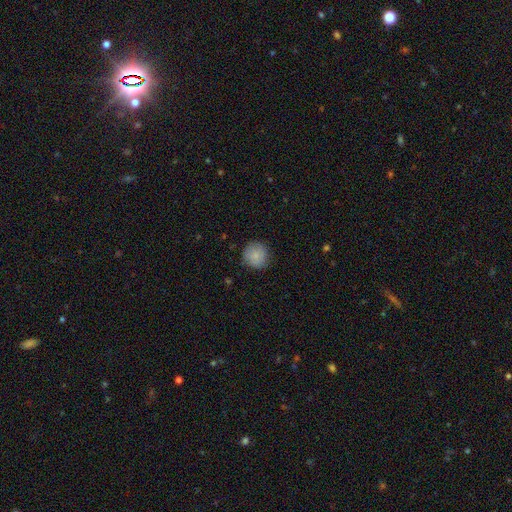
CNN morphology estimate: Smooth or featured: smooth — 85% (featured or disk — 8%)
How rounded: round — 93% (in between — 6%)
Merging: none — 84% (minor disturbance — 13%)